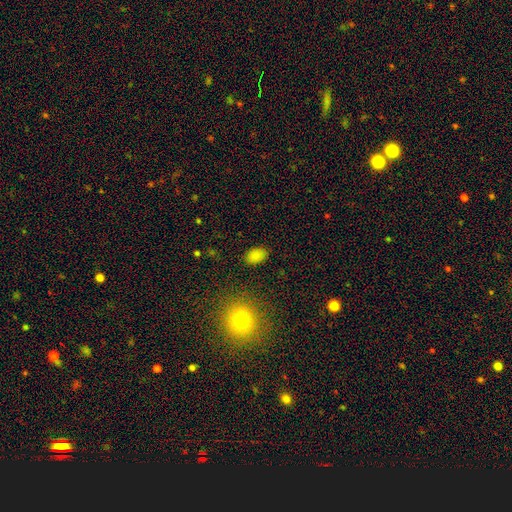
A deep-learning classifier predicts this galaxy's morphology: smooth 85%, star or artifact 11%, featured or disk 4%. Down the decision tree: how rounded — in between (84%); merging — none (87%).